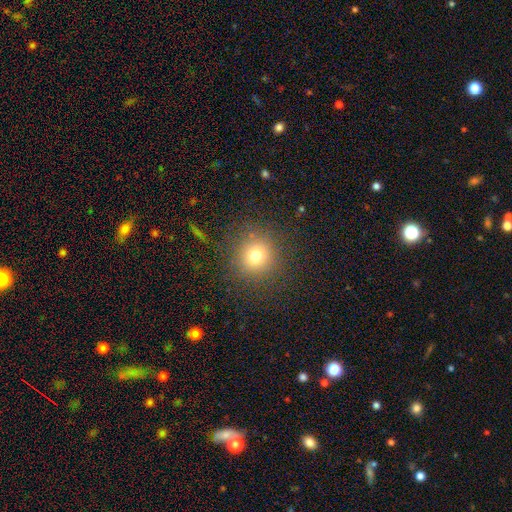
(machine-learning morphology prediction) Q: Smooth or featured?
A: smooth (73%); runner-up: star or artifact (17%)
Q: How rounded?
A: round (92%); runner-up: in between (7%)
Q: Merging?
A: none (86%); runner-up: minor disturbance (8%)